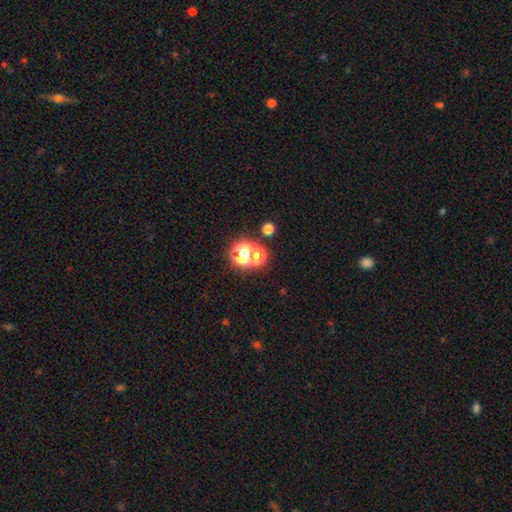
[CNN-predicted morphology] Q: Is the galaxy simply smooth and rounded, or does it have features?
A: smooth — 54%.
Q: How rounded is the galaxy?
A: round — 77%.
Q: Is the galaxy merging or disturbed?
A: none — 45%.